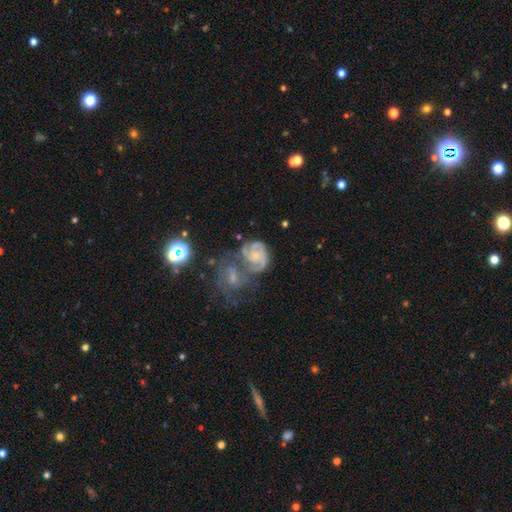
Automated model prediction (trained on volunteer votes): Q: Smooth or featured?
A: featured or disk (80%); runner-up: smooth (13%)
Q: Edge-on disk?
A: no (98%); runner-up: yes (2%)
Q: Bar?
A: no (70%); runner-up: weak (24%)
Q: Spiral arms?
A: yes (93%); runner-up: no (7%)
Q: Spiral winding?
A: tight (55%); runner-up: medium (37%)
Q: Spiral arm count?
A: 2 (35%); runner-up: 3 (29%)
Q: Bulge size?
A: small (63%); runner-up: moderate (24%)
Q: Merging?
A: merger (48%); runner-up: none (27%)